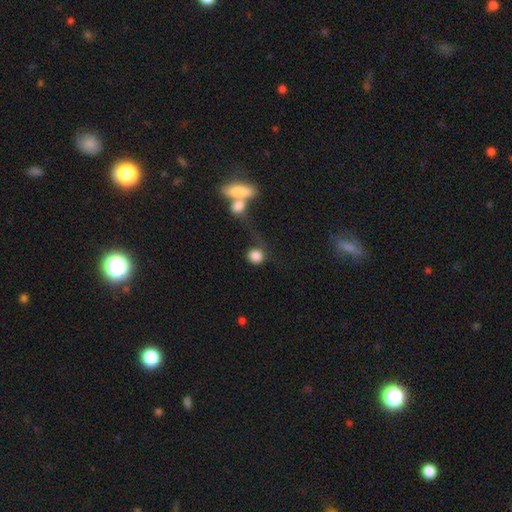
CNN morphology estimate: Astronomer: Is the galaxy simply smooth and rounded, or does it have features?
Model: smooth — 83%.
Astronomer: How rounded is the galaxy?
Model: round — 84%.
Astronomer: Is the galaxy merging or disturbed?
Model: none — 39% (runner-up: merger, 26%).